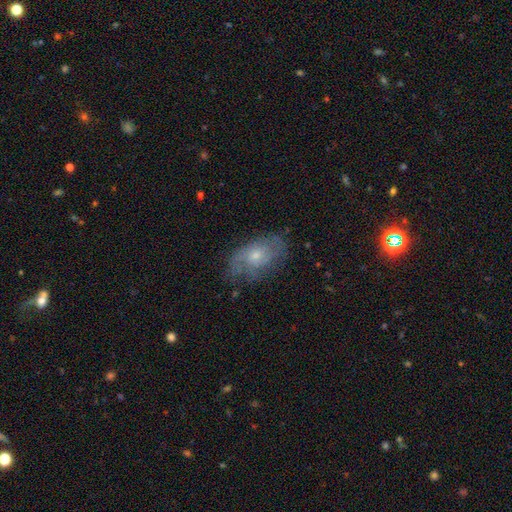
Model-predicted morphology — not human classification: This is possibly a featured or disk galaxy (57%). It is clearly not viewed edge-on (93%). Bar: likely no (80%). Spiral arm pattern: likely yes (75%). Central bulge: possibly small (54%). Merging: likely none (67%).